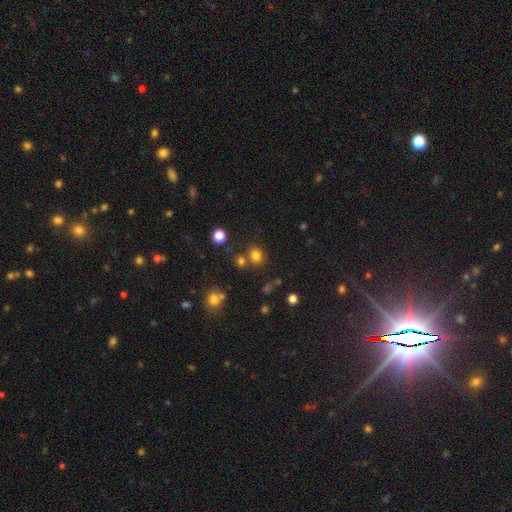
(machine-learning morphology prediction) Smooth or featured?
  - smooth: 78% *
  - star or artifact: 16%
  - featured or disk: 6%
How rounded?
  - round: 71% *
  - in between: 28%
  - cigar-shaped: 1%
Merging?
  - none: 72% *
  - merger: 14%
  - minor disturbance: 10%
  - major disturbance: 4%